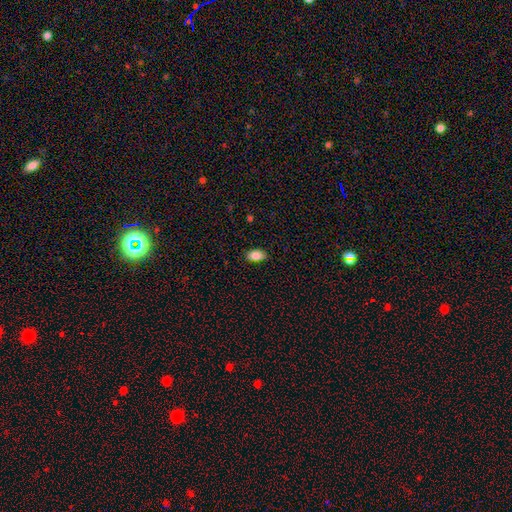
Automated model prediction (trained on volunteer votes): Morphology: type=smooth (88%); roundness=in between (91%); merging=none (87%).